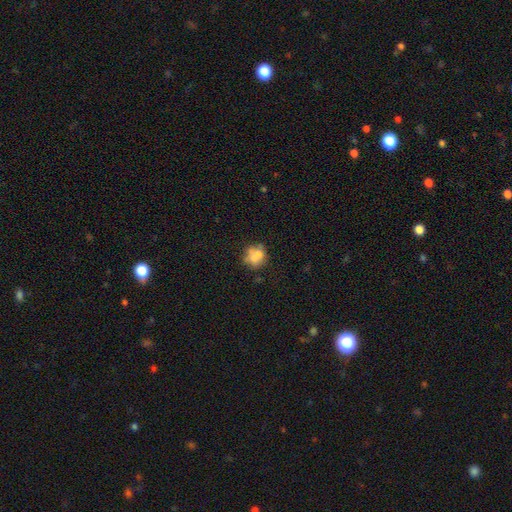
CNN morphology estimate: type=smooth (61%); roundness=round (71%); merging=none (50%).